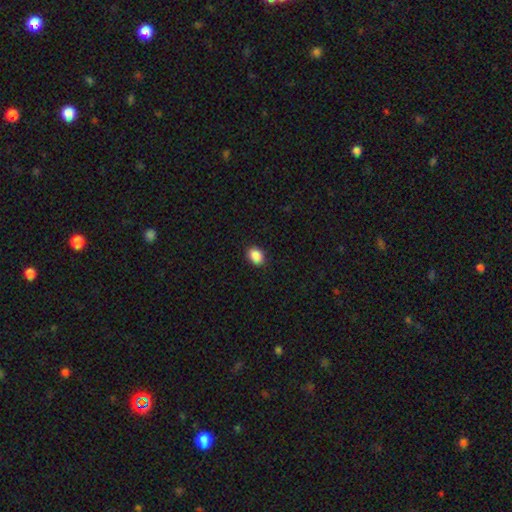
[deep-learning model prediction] smooth-or-featured: smooth: 89% | star or artifact: 8% | featured or disk: 3%
  how-rounded: in between: 72% | round: 27% | cigar-shaped: 1%
  merging: none: 89% | minor disturbance: 8% | major disturbance: 2% | merger: 1%